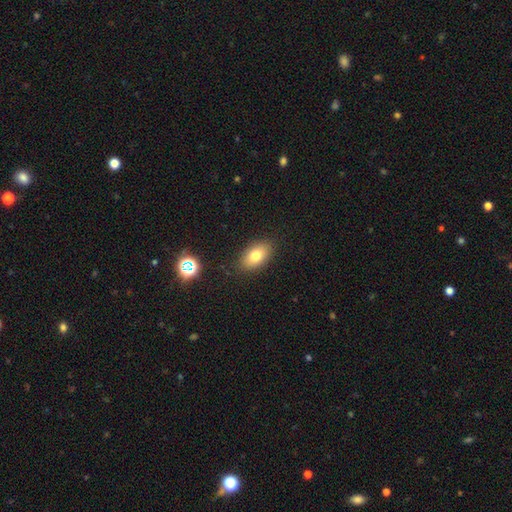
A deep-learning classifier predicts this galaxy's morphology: smooth 77%, featured or disk 13%, star or artifact 10%. Down the decision tree: how rounded — in between (89%); merging — none (86%).